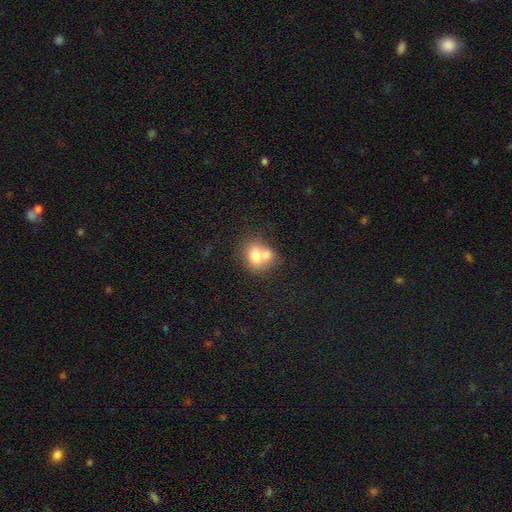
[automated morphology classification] smooth 70%, featured or disk 21%, star or artifact 9%. Down the decision tree: how rounded — round (57%); merging — merger (59%).